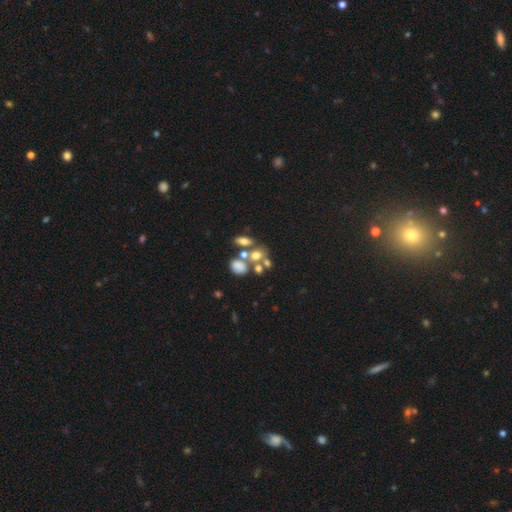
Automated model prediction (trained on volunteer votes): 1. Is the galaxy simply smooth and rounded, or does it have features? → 58% smooth, 25% featured or disk, 17% star or artifact.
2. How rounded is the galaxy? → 57% in between, 41% round, 3% cigar-shaped.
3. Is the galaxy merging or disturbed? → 46% merger, 36% none, 10% minor disturbance, 8% major disturbance.